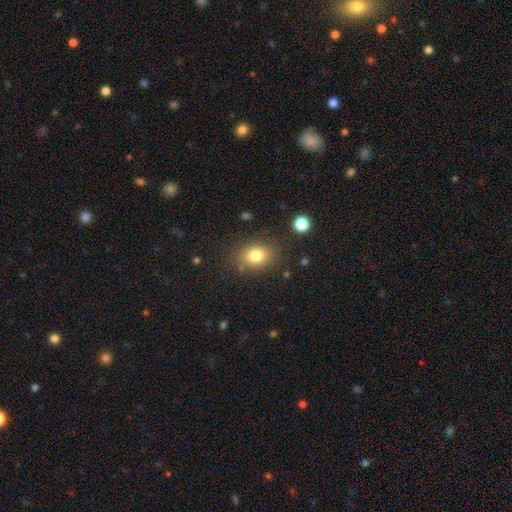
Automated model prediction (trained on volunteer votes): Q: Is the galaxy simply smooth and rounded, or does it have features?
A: smooth — 79%.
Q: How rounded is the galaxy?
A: in between — 56%.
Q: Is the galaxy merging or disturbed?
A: none — 80%.